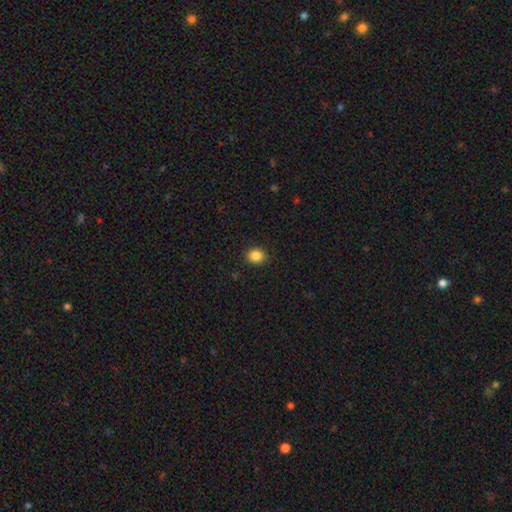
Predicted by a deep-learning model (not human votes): Smooth or featured?
  - smooth: 86% *
  - star or artifact: 10%
  - featured or disk: 4%
How rounded?
  - round: 63% *
  - in between: 36%
  - cigar-shaped: 1%
Merging?
  - none: 90% *
  - minor disturbance: 7%
  - major disturbance: 2%
  - merger: 1%